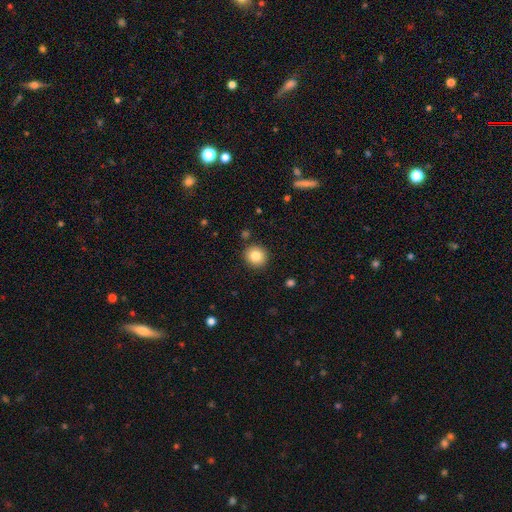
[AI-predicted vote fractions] A smooth galaxy with no disk features (82%) that is round (91%).

Vote fractions:
- Smooth or featured? smooth: 82% / star or artifact: 10% / featured or disk: 8%
- How rounded? round: 91% / in between: 8% / cigar-shaped: 1%
- Merging? none: 90% / minor disturbance: 6% / merger: 2% / major disturbance: 2%